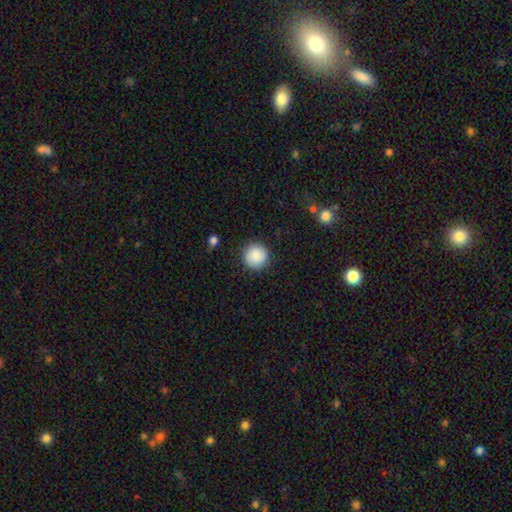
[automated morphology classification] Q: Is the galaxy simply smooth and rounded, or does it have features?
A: smooth — 88%.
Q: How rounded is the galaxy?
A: round — 95%.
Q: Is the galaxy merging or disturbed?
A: none — 90%.